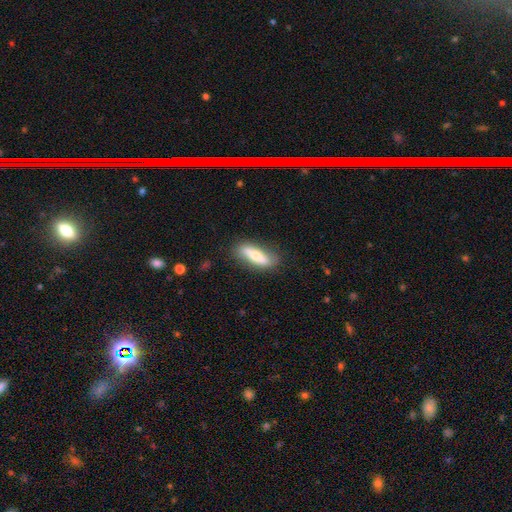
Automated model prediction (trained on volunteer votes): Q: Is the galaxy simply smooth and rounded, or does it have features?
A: smooth — 55%.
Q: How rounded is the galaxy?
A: cigar-shaped — 55%.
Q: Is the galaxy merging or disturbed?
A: none — 80%.